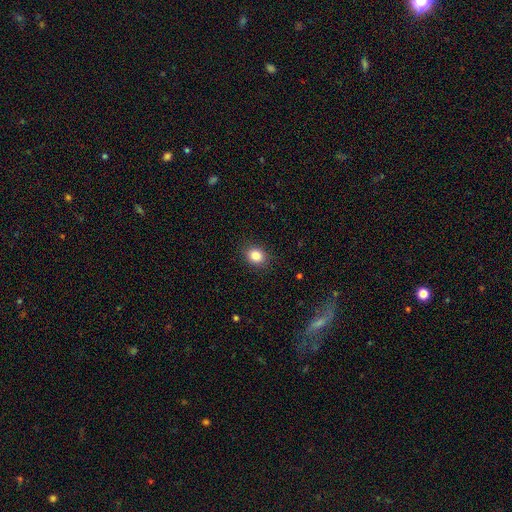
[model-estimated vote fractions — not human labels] Smooth or featured: smooth — 86% (star or artifact — 10%)
How rounded: round — 58% (in between — 41%)
Merging: none — 88% (minor disturbance — 9%)